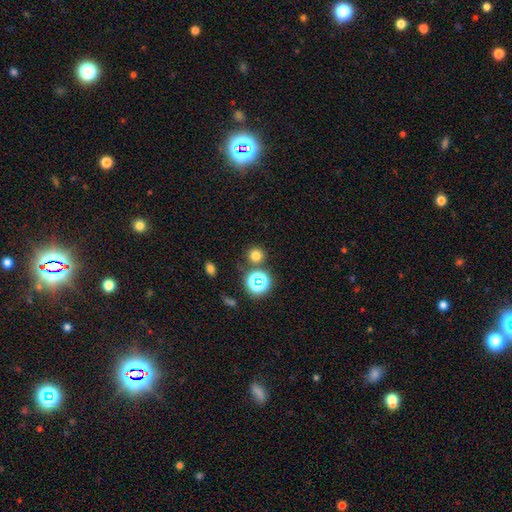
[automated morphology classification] This appears to be a smooth galaxy with no disk features (71%) that is round (90%). Merging: none (81%).